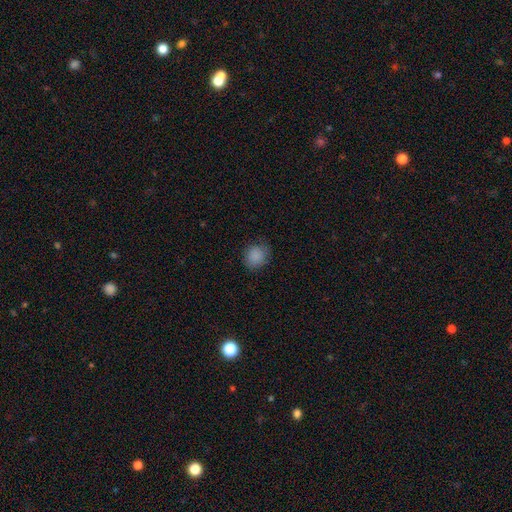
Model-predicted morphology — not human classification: smooth_or_featured: smooth (p=0.87) [alt: star or artifact p=0.09]
how_rounded: round (p=0.77) [alt: in between p=0.22]
merging: none (p=0.79) [alt: minor disturbance p=0.16]